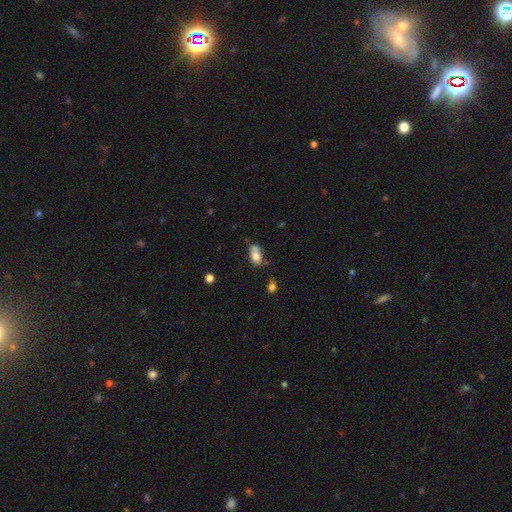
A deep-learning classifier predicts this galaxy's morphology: This appears to be a smooth galaxy with no disk features (76%) that is in between round and cigar-shaped (85%). Merging: none (41%).